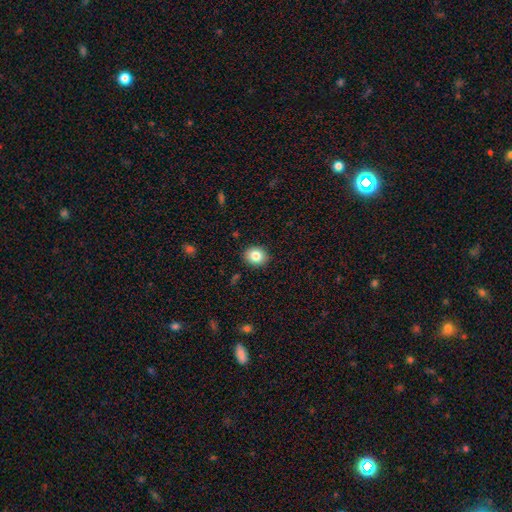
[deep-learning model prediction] smooth 83%, star or artifact 9%, featured or disk 7%. Down the decision tree: how rounded — round (62%); merging — none (89%).